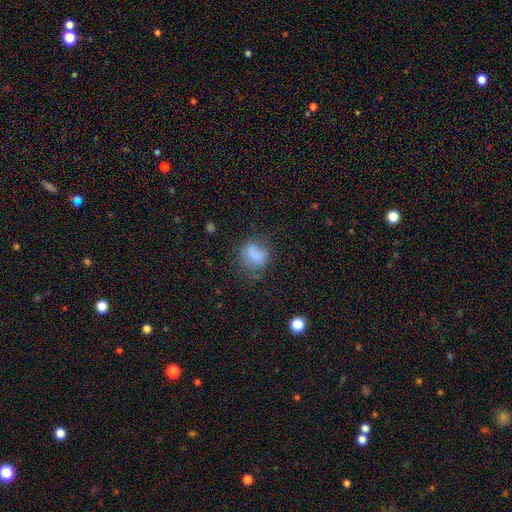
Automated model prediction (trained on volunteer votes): smooth-or-featured: smooth: 69% | featured or disk: 19% | star or artifact: 12%
  how-rounded: round: 50% | in between: 48% | cigar-shaped: 2%
  merging: none: 48% | minor disturbance: 26% | major disturbance: 19% | merger: 6%